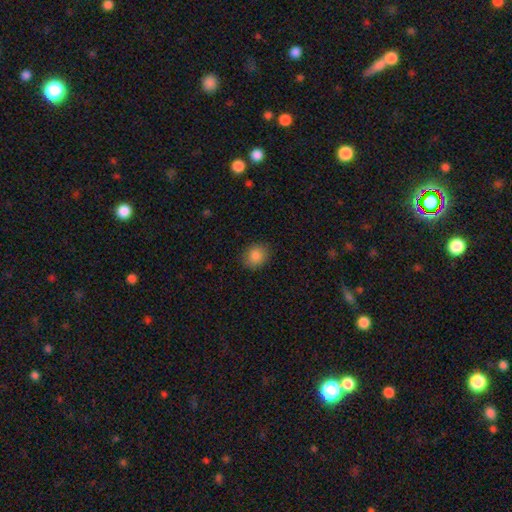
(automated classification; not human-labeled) Smooth or featured? Predicted: smooth (p=0.87). How rounded? Predicted: round (p=0.64). Merging? Predicted: none (p=0.86).